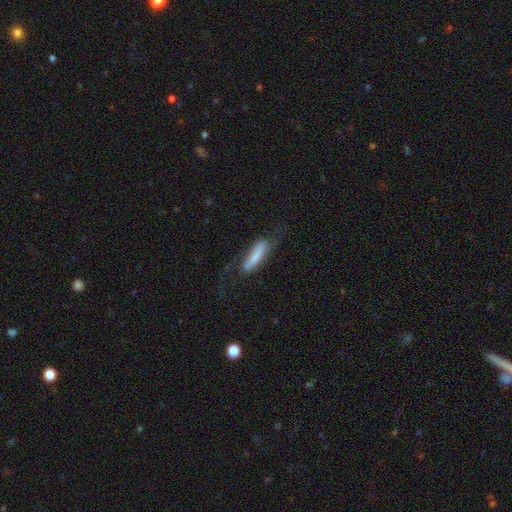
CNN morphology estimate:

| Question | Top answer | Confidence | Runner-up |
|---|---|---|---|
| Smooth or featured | smooth | 58% | featured or disk (35%) |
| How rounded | cigar-shaped | 75% | in between (22%) |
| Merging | none | 54% | minor disturbance (23%) |